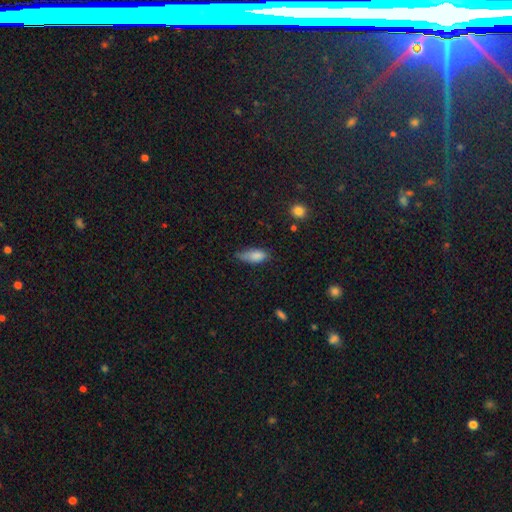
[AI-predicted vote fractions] The model was most divided on "merging": minor disturbance: 43%, none: 40%, major disturbance: 14%, merger: 3%. More confident: smooth or featured — smooth (80%); how rounded — in between (80%).